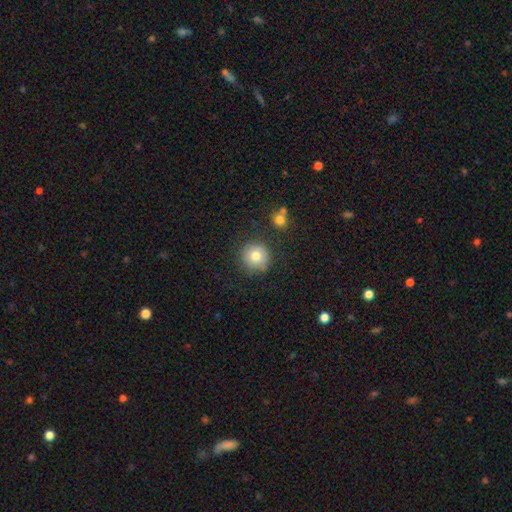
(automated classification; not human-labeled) Smooth or featured?
  - smooth: 78% *
  - featured or disk: 11%
  - star or artifact: 11%
How rounded?
  - round: 94% *
  - in between: 5%
  - cigar-shaped: 1%
Merging?
  - none: 84% *
  - minor disturbance: 10%
  - major disturbance: 3%
  - merger: 3%